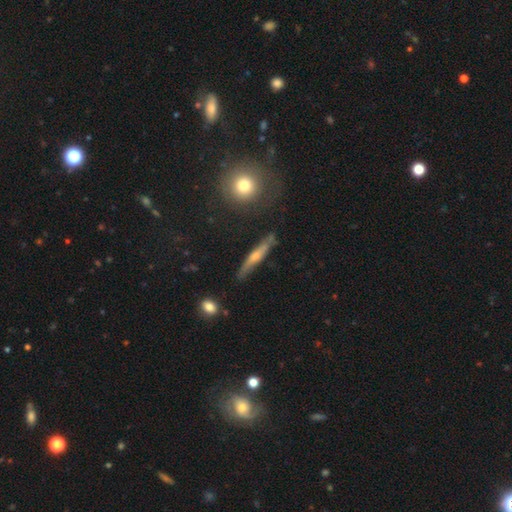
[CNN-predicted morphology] Smooth or featured? featured or disk (59%)
Edge-on disk? yes (91%)
Edge-on bulge? rounded (72%)
Merging? none (81%)